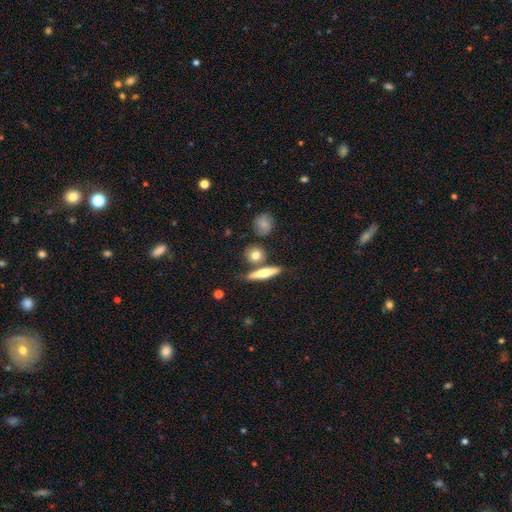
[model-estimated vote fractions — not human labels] Smooth or featured? smooth (72%)
How rounded? round (48%)
Merging? none (69%)